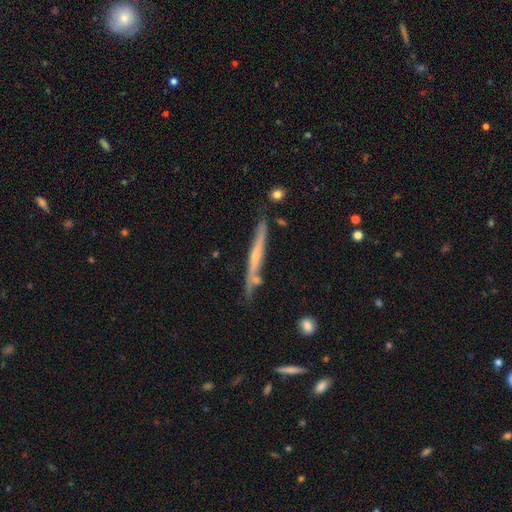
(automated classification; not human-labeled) smooth_or_featured: featured or disk (p=0.66) [alt: smooth p=0.28]
disk_edge_on: yes (p=0.94) [alt: no p=0.06]
edge_on_bulge: none (p=0.51) [alt: rounded p=0.43]
merging: none (p=0.72) [alt: minor disturbance p=0.18]